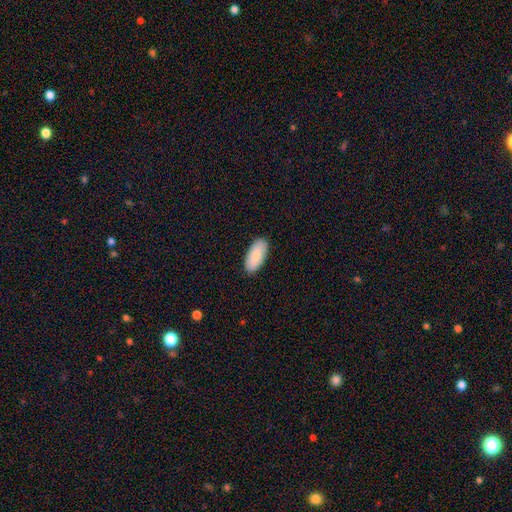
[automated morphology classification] This is clearly a smooth galaxy (87%). How rounded: clearly in between (92%). Merging: clearly none (89%).